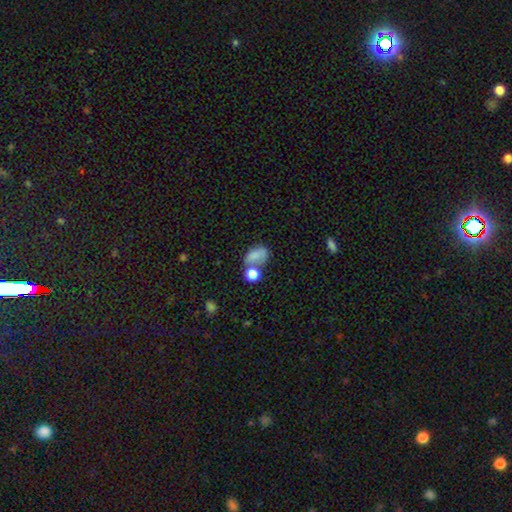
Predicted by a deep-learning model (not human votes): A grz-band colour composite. It shows a smooth galaxy with no disk features (78%) that is in between round and cigar-shaped (78%). Merging: merger (37%).